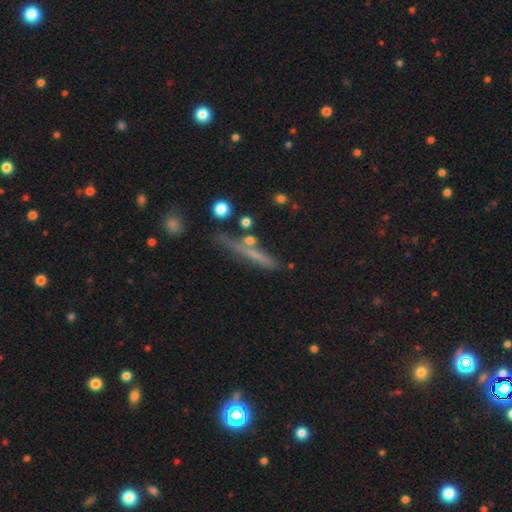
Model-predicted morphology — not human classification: This appears to be a smooth galaxy with no disk features (48%). Merging: none (67%).